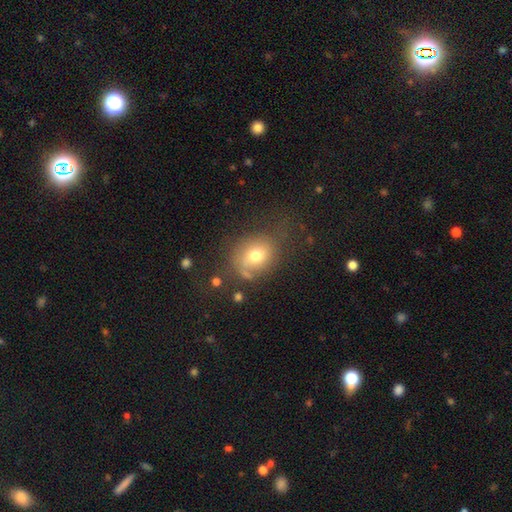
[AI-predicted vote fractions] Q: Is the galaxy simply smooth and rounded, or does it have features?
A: smooth — 71%.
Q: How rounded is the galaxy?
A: round — 58%.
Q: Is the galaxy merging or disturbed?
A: none — 56%.